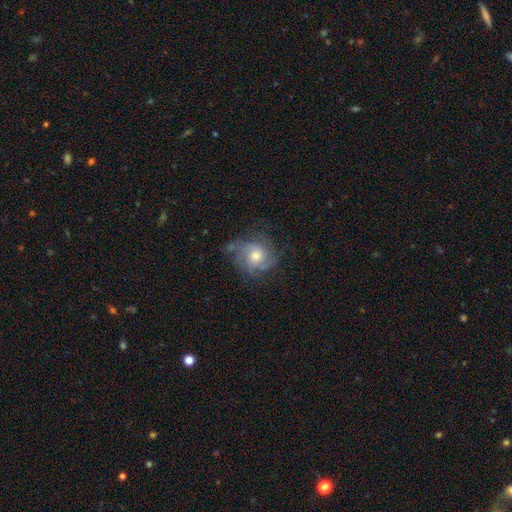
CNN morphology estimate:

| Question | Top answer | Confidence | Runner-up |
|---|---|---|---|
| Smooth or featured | featured or disk | 72% | smooth (19%) |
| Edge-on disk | no | 97% | yes (3%) |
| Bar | no | 74% | weak (23%) |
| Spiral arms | yes | 91% | no (9%) |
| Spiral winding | tight | 46% | medium (40%) |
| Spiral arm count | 3 | 31% | can't tell (29%) |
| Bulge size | moderate | 68% | small (19%) |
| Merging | none | 67% | minor disturbance (20%) |